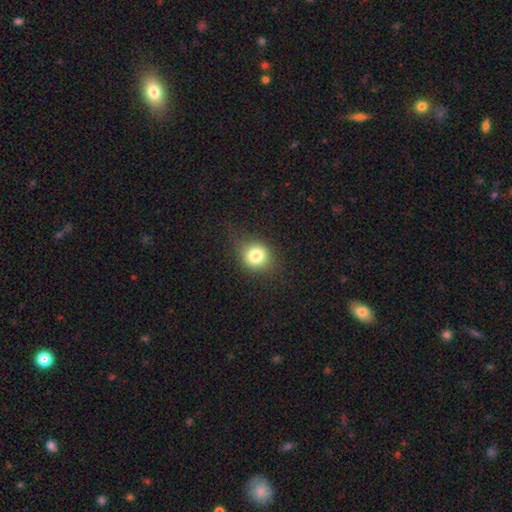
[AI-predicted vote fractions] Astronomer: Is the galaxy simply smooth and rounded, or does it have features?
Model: smooth — 79%.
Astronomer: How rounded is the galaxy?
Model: round — 76%.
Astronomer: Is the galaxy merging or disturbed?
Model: none — 76%.